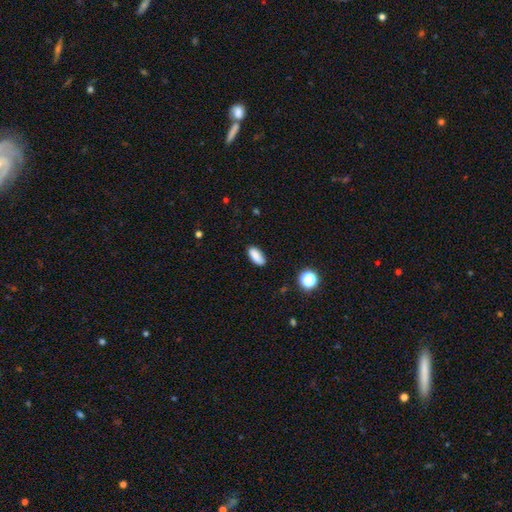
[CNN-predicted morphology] The model was most divided on "how rounded": in between: 82%, cigar-shaped: 15%, round: 3%. More confident: smooth or featured — smooth (85%); merging — none (83%).